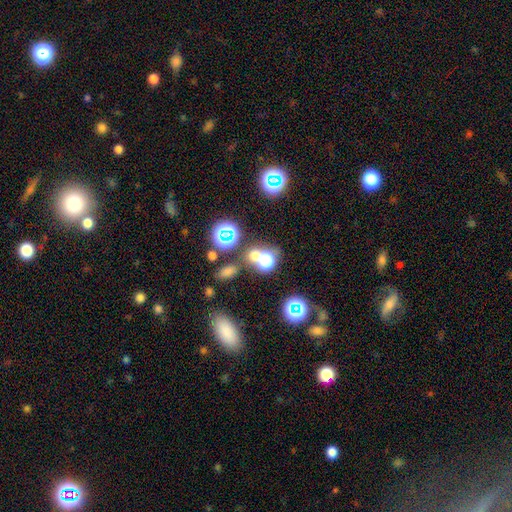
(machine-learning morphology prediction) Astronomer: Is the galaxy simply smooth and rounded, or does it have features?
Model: smooth — 53% (runner-up: star or artifact, 39%).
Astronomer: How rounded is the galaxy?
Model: round — 73%.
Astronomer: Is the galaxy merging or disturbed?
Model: none — 57%.